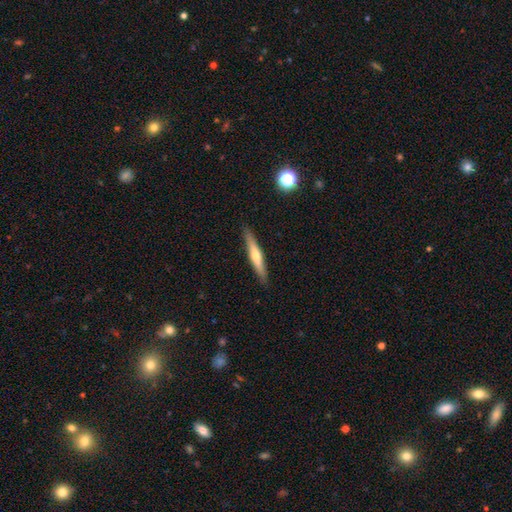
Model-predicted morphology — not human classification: A featured or disk galaxy (53%) viewed edge-on (95%) with a rounded central bulge (83%).

Vote fractions:
- Smooth or featured? featured or disk: 53% / smooth: 41% / star or artifact: 6%
- Edge-on disk? yes: 95% / no: 5%
- Edge-on bulge? rounded: 83% / none: 13% / boxy: 3%
- Merging? none: 90% / minor disturbance: 7% / major disturbance: 1% / merger: 1%